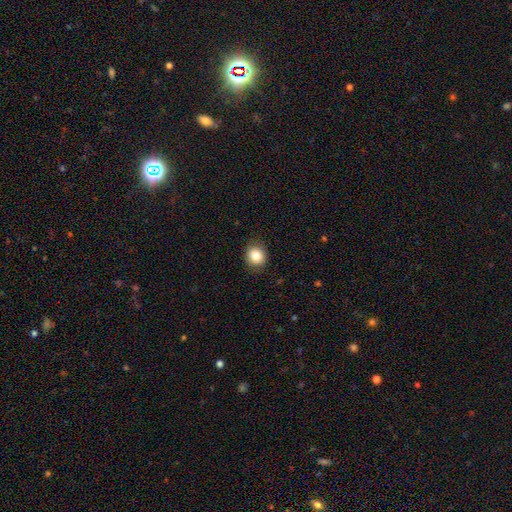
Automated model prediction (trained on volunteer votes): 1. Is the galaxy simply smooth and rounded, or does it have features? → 83% smooth, 10% star or artifact, 7% featured or disk.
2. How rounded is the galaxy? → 77% round, 22% in between, 1% cigar-shaped.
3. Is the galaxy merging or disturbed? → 87% none, 10% minor disturbance, 2% major disturbance, 1% merger.